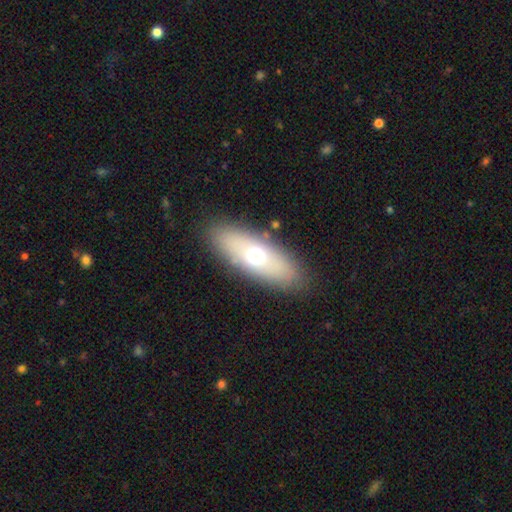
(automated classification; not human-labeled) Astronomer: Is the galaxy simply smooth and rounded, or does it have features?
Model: smooth — 59%.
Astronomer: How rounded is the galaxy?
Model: in between — 68%.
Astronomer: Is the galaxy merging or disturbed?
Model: none — 85%.